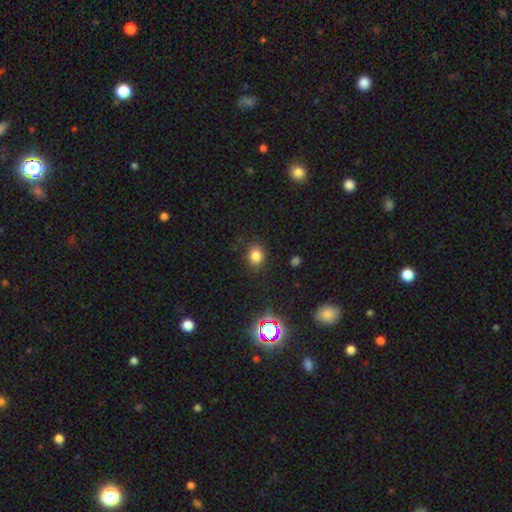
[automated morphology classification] A smooth galaxy with no disk features (79%) that is round (56%).

Vote fractions:
- Smooth or featured? smooth: 79% / star or artifact: 15% / featured or disk: 6%
- How rounded? round: 56% / in between: 43% / cigar-shaped: 1%
- Merging? none: 85% / minor disturbance: 11% / major disturbance: 3% / merger: 1%